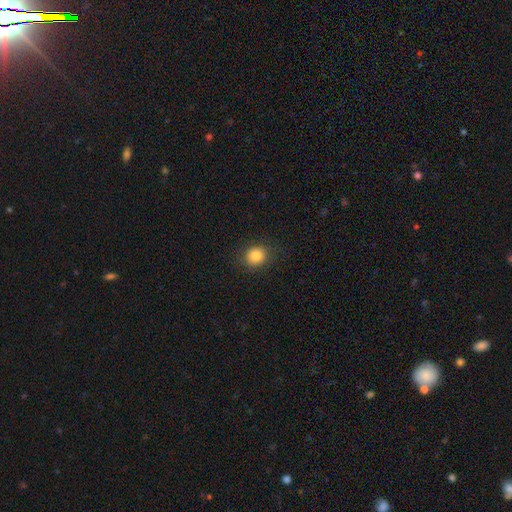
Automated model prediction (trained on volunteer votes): This appears to be a smooth galaxy with no disk features (83%) that is round (77%). Merging: none (86%).